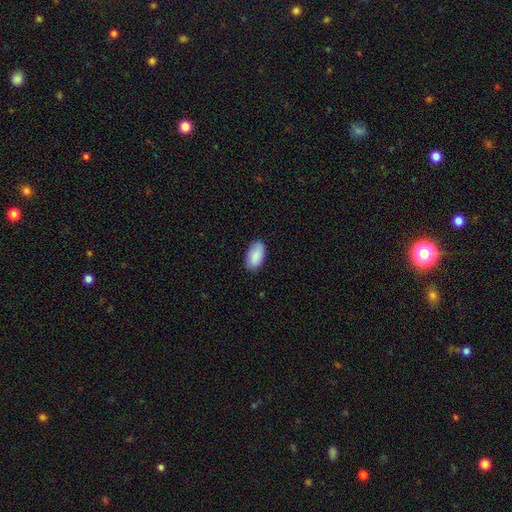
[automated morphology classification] This appears to be a smooth galaxy with no disk features (90%) that is in between round and cigar-shaped (95%). Merging: none (86%).